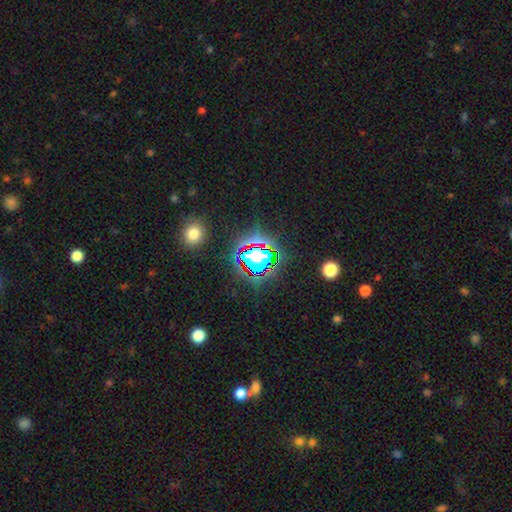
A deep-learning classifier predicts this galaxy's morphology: A star or artifact, not a galaxy (69%).